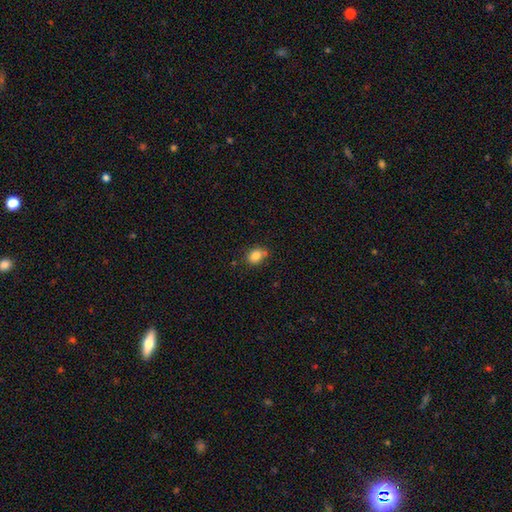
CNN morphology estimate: smooth 83%, star or artifact 10%, featured or disk 7%. Down the decision tree: how rounded — in between (60%); merging — none (70%).